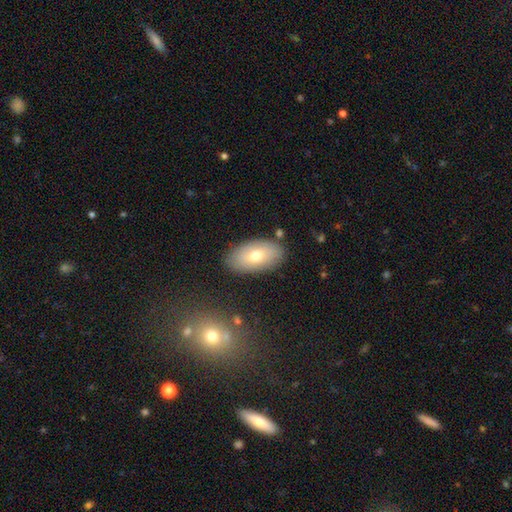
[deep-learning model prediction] The model was most divided on "smooth or featured": smooth: 69%, featured or disk: 24%, star or artifact: 8%. More confident: how rounded — in between (93%); merging — none (83%).